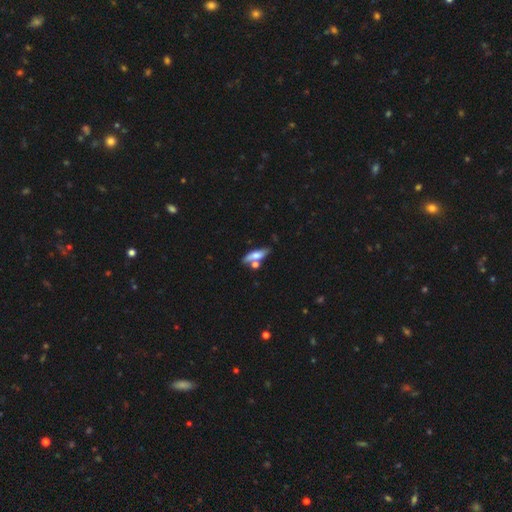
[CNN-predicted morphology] This appears to be a smooth galaxy with no disk features (58%) that is cigar-shaped (52%). Merging: none (55%).